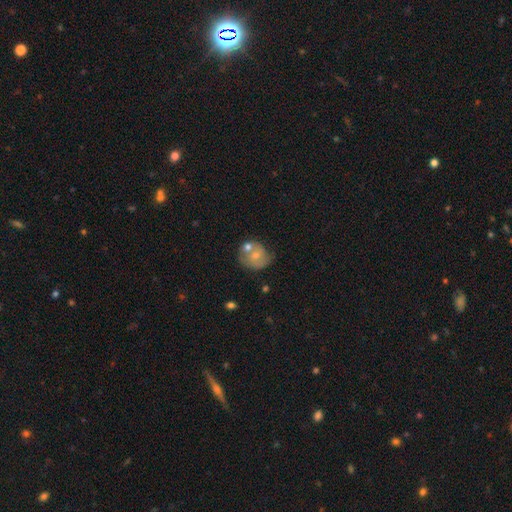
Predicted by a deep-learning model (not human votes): Smooth or featured? Predicted: smooth (p=0.52). How rounded? Predicted: round (p=0.72). Merging? Predicted: none (p=0.41).